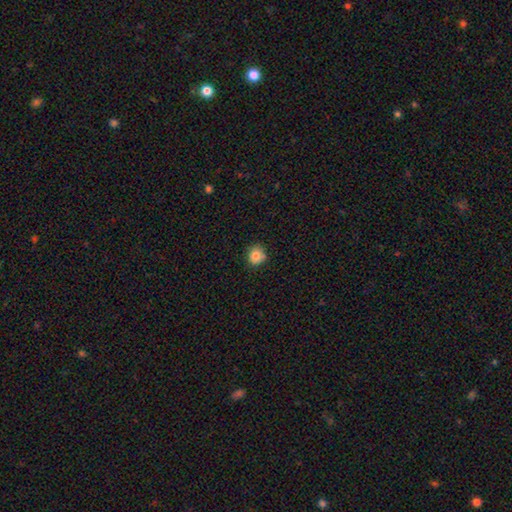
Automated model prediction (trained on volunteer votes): Overall: smooth (83%). How rounded: round (88%). Merging: none (82%).